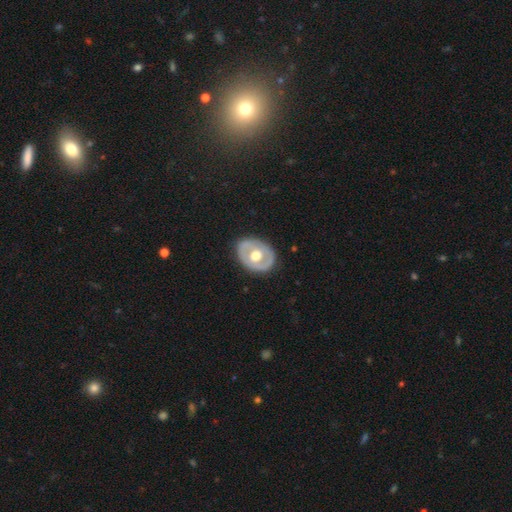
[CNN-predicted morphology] type=featured or disk (57%); edge-on=no (92%); bar=no (81%); spiral arms=no (82%); bulge=moderate (66%); merging=none (82%).